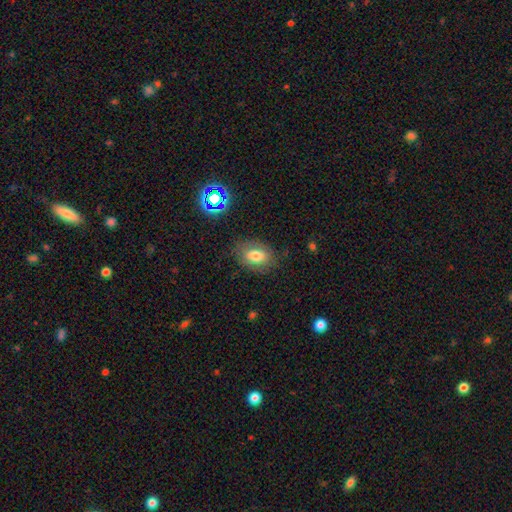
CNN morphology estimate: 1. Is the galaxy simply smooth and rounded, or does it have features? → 72% smooth, 17% featured or disk, 11% star or artifact.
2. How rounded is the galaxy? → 83% in between, 16% round, 2% cigar-shaped.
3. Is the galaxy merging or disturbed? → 77% none, 16% minor disturbance, 6% major disturbance, 2% merger.